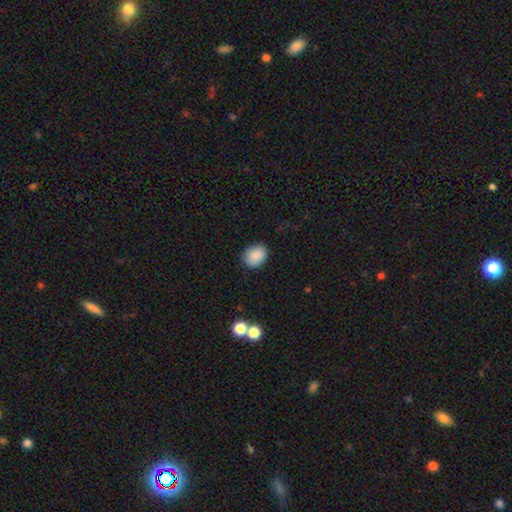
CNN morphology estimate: This is clearly a smooth galaxy (88%). How rounded: possibly in between (56%). Merging: clearly none (85%).